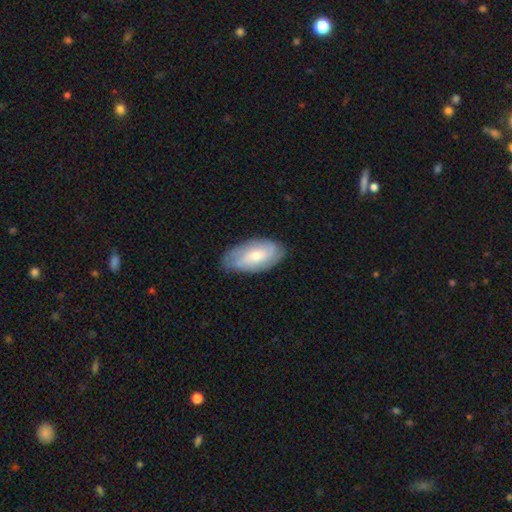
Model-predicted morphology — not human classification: Q: Smooth or featured?
A: featured or disk (48%); runner-up: smooth (46%)
Q: Merging?
A: none (77%); runner-up: minor disturbance (18%)